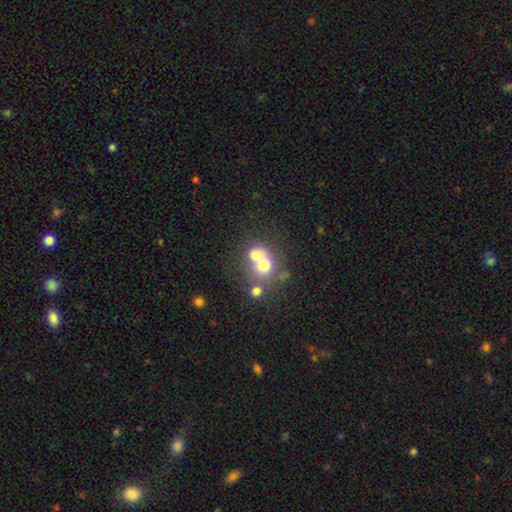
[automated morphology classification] This is likely a smooth galaxy (64%). How rounded: likely round (73%). Merging: likely merger (63%).